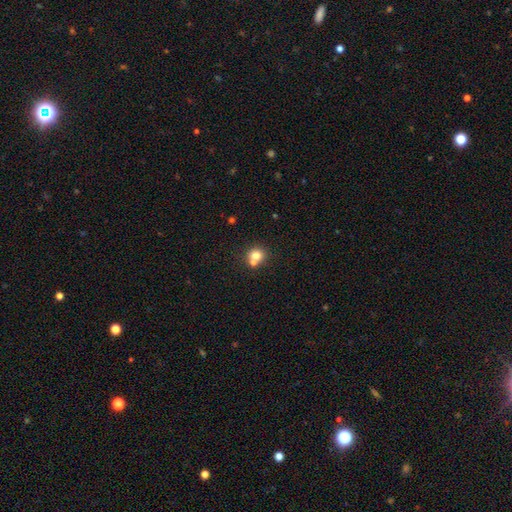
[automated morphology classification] smooth-or-featured: smooth: 75% | star or artifact: 13% | featured or disk: 12%
  how-rounded: round: 85% | in between: 14% | cigar-shaped: 1%
  merging: none: 52% | merger: 39% | minor disturbance: 7% | major disturbance: 3%